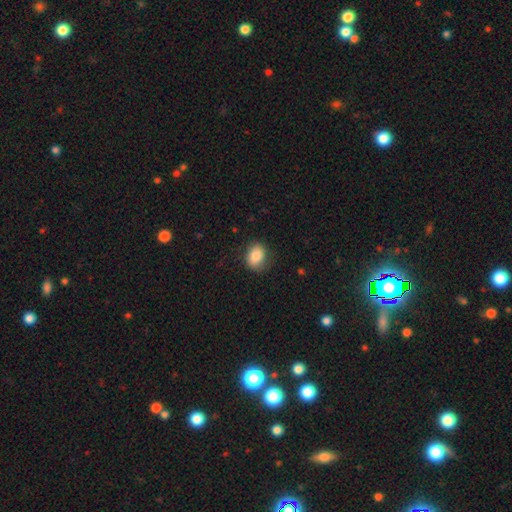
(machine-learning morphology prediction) A smooth galaxy with no disk features (83%) that is in between round and cigar-shaped (56%).

Vote fractions:
- Smooth or featured? smooth: 83% / featured or disk: 9% / star or artifact: 8%
- How rounded? in between: 56% / round: 43% / cigar-shaped: 1%
- Merging? none: 80% / minor disturbance: 15% / major disturbance: 4% / merger: 1%